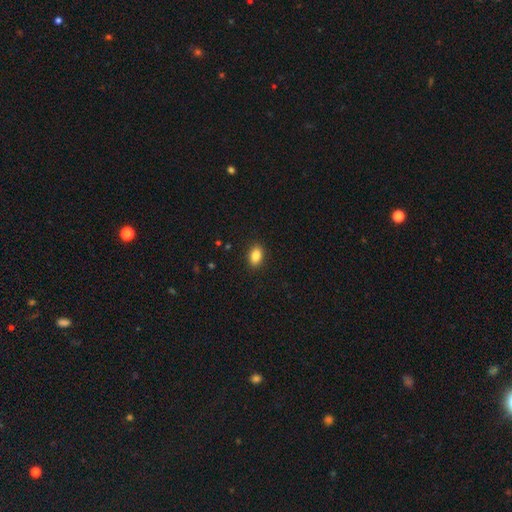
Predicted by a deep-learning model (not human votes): Morphology: type=smooth (86%); roundness=in between (84%); merging=none (90%).